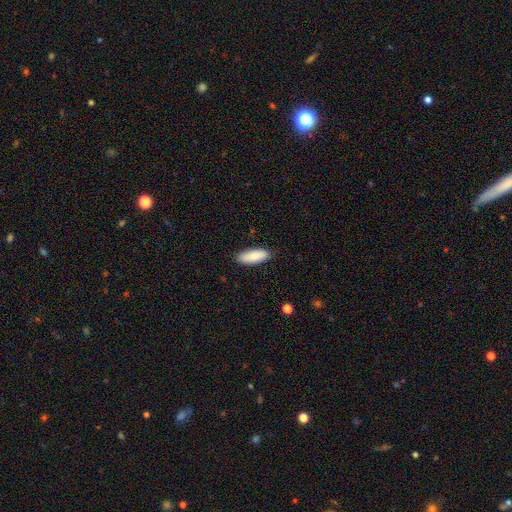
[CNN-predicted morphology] smooth-or-featured: smooth: 85% | featured or disk: 9% | star or artifact: 6%
  how-rounded: in between: 72% | cigar-shaped: 26% | round: 2%
  merging: none: 87% | minor disturbance: 10% | major disturbance: 2% | merger: 1%